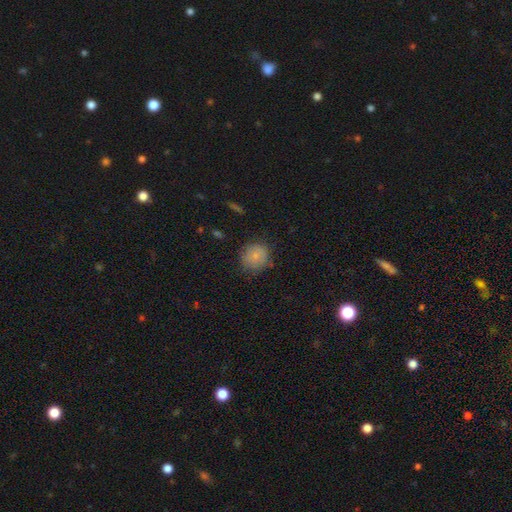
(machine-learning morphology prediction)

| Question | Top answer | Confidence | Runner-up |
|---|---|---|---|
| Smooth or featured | smooth | 79% | featured or disk (11%) |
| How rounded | round | 90% | in between (9%) |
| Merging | none | 77% | minor disturbance (17%) |